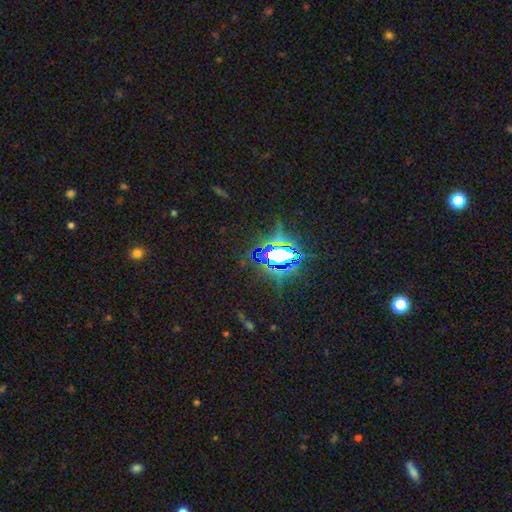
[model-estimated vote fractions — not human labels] A star or artifact, not a galaxy (80%).